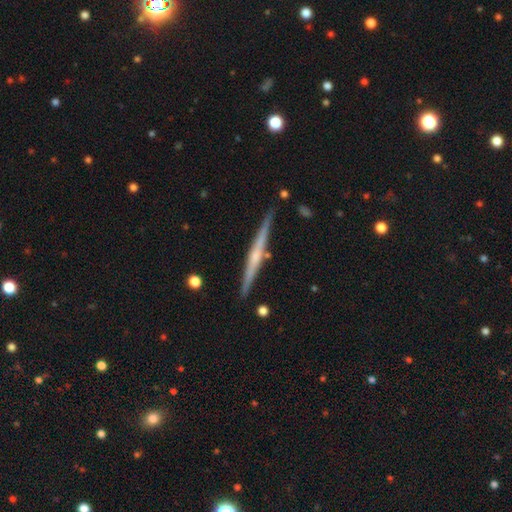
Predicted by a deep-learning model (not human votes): This appears to be a featured or disk galaxy (74%) viewed edge-on (98%) with a rounded central bulge (54%). Merging: none (88%).